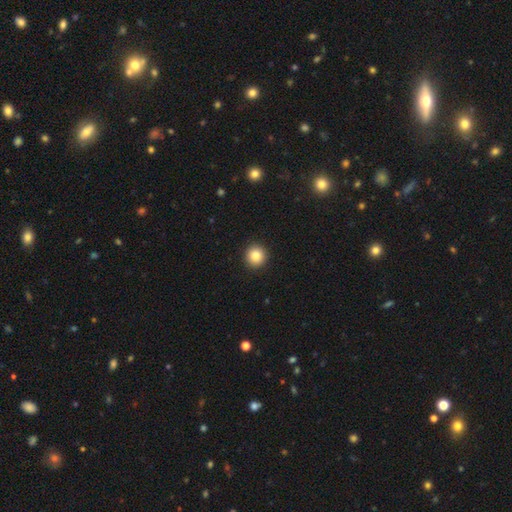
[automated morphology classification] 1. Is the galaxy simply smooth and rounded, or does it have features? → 86% smooth, 10% star or artifact, 5% featured or disk.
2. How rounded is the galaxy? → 94% round, 5% in between, 1% cigar-shaped.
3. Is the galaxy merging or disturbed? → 93% none, 5% minor disturbance, 2% major disturbance, 1% merger.